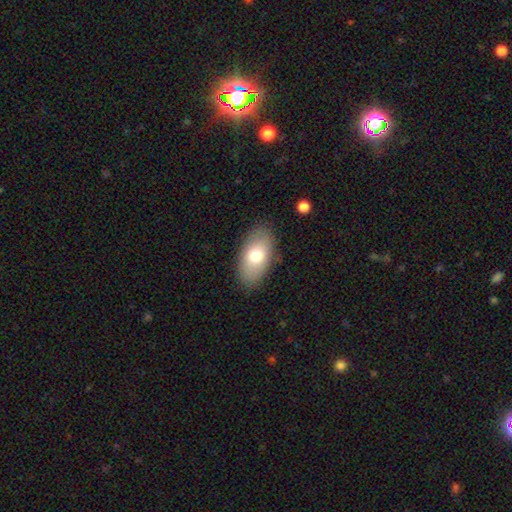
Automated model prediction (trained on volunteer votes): smooth_or_featured: smooth (p=0.73) [alt: featured or disk p=0.20]
how_rounded: in between (p=0.93) [alt: round p=0.04]
merging: none (p=0.85) [alt: minor disturbance p=0.11]